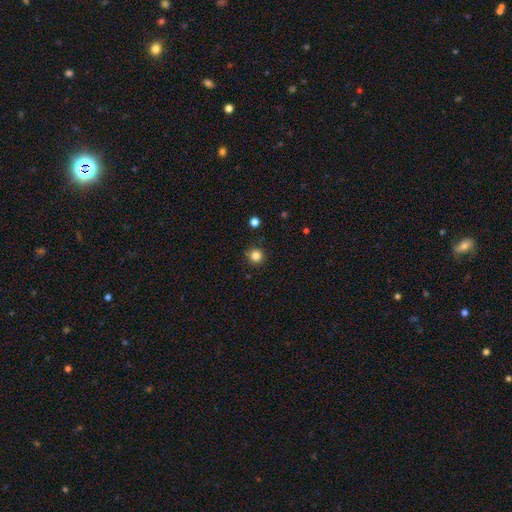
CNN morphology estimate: This is clearly a smooth galaxy (84%). How rounded: clearly round (95%). Merging: clearly none (90%).